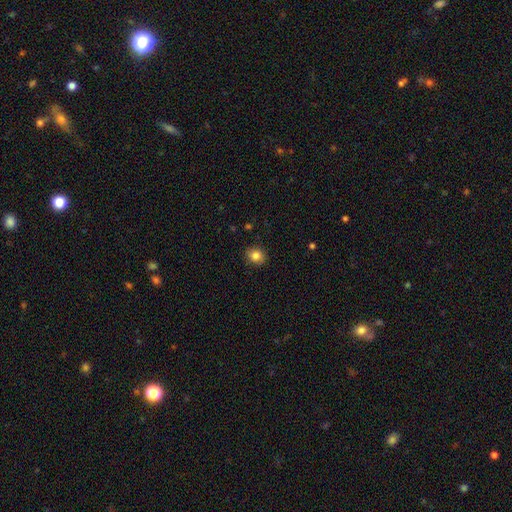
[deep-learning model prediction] Q: Smooth or featured?
A: smooth (84%); runner-up: star or artifact (10%)
Q: How rounded?
A: round (68%); runner-up: in between (31%)
Q: Merging?
A: none (89%); runner-up: minor disturbance (8%)